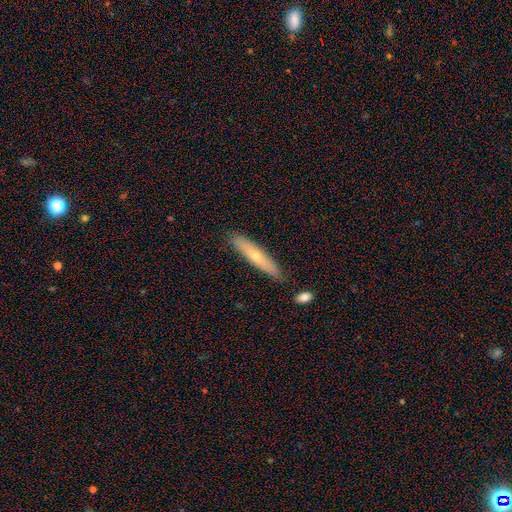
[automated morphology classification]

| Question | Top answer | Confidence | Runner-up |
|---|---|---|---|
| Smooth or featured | smooth | 52% | featured or disk (42%) |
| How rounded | cigar-shaped | 86% | in between (13%) |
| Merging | none | 86% | minor disturbance (9%) |